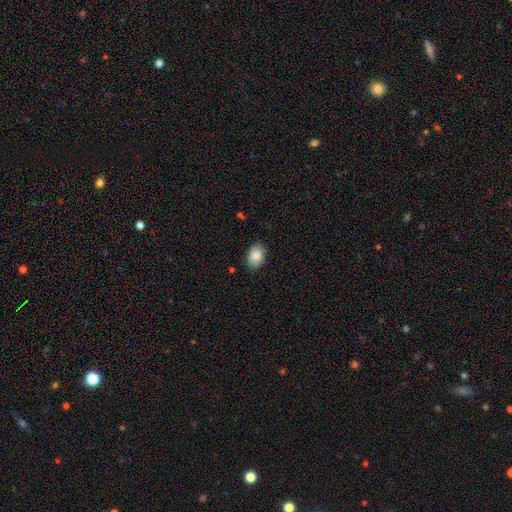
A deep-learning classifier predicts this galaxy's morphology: smooth-or-featured: smooth: 87% | star or artifact: 7% | featured or disk: 6%
  how-rounded: in between: 83% | round: 16% | cigar-shaped: 1%
  merging: none: 85% | minor disturbance: 12% | major disturbance: 2% | merger: 1%